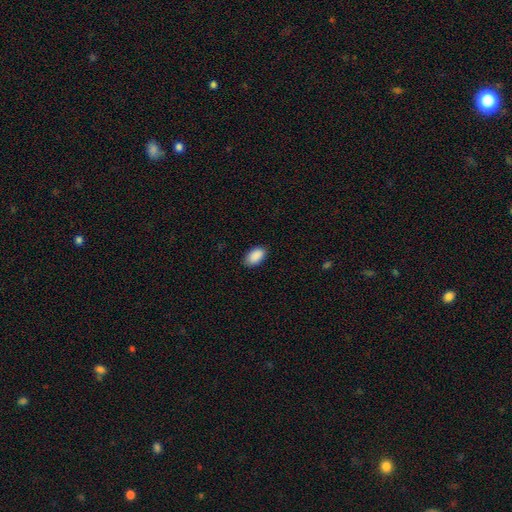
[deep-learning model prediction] smooth_or_featured: smooth (p=0.91) [alt: star or artifact p=0.07]
how_rounded: in between (p=0.94) [alt: round p=0.04]
merging: none (p=0.86) [alt: minor disturbance p=0.11]